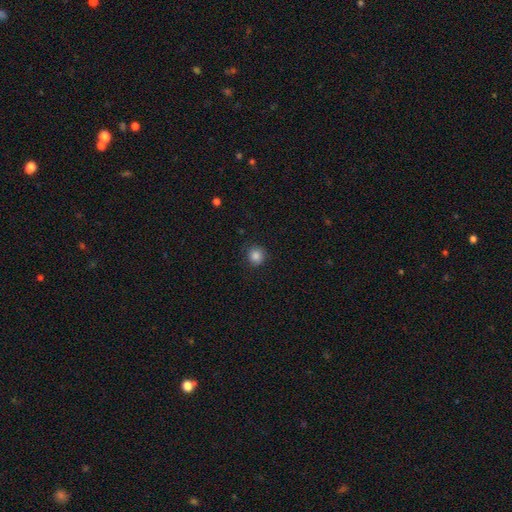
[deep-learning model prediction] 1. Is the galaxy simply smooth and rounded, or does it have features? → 85% smooth, 11% star or artifact, 4% featured or disk.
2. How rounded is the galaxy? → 92% round, 7% in between, 1% cigar-shaped.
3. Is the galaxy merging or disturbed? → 85% none, 11% minor disturbance, 3% major disturbance, 1% merger.